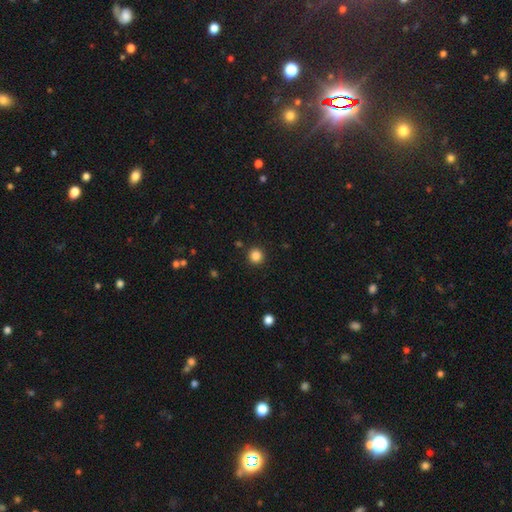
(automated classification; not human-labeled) Smooth or featured? Predicted: smooth (p=0.85). How rounded? Predicted: round (p=0.94). Merging? Predicted: none (p=0.91).